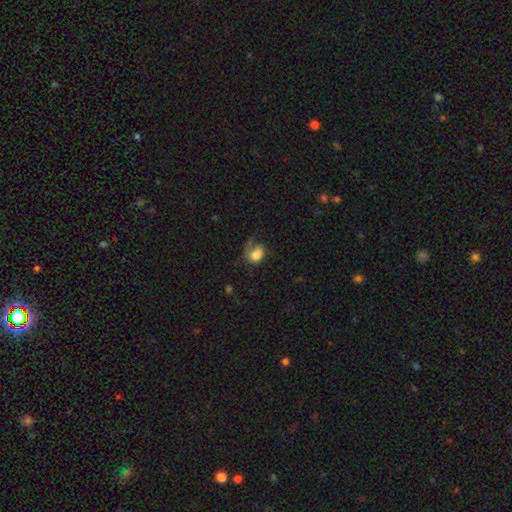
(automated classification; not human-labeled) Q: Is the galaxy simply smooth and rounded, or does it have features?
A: smooth — 72%.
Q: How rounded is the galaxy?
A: in between — 69%.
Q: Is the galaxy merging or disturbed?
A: major disturbance — 38%.